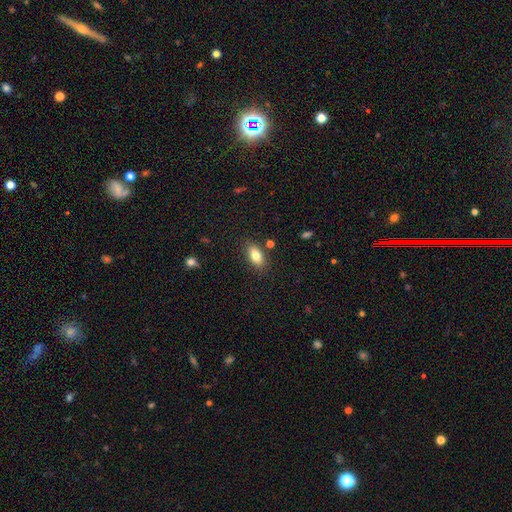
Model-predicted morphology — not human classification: Smooth or featured? Predicted: smooth (p=0.79). How rounded? Predicted: in between (p=0.88). Merging? Predicted: none (p=0.83).